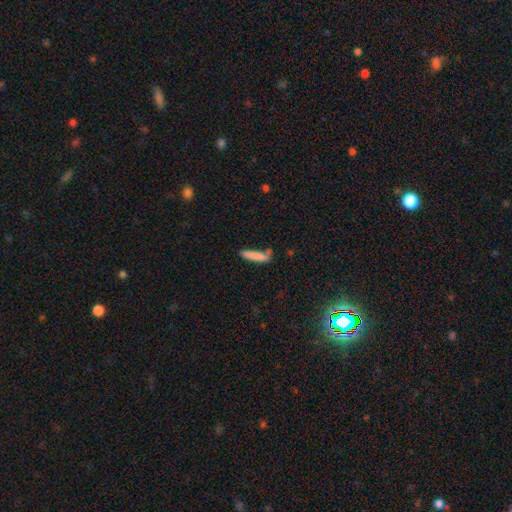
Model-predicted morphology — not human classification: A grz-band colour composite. It shows a smooth galaxy with no disk features (82%) that is cigar-shaped (84%). Merging: none (65%).